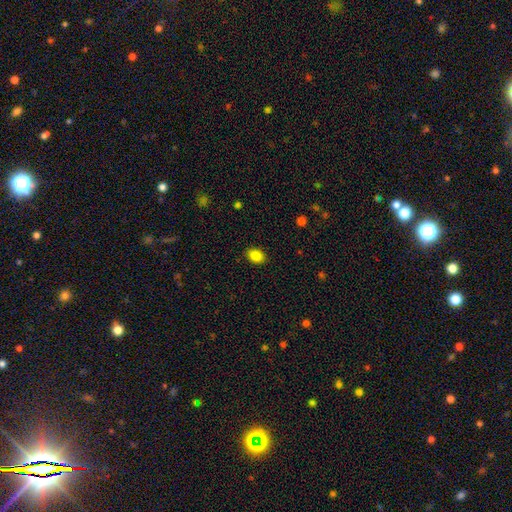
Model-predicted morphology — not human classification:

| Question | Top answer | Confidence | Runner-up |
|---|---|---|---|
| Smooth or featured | smooth | 87% | star or artifact (9%) |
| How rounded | in between | 73% | round (26%) |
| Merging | none | 88% | minor disturbance (8%) |